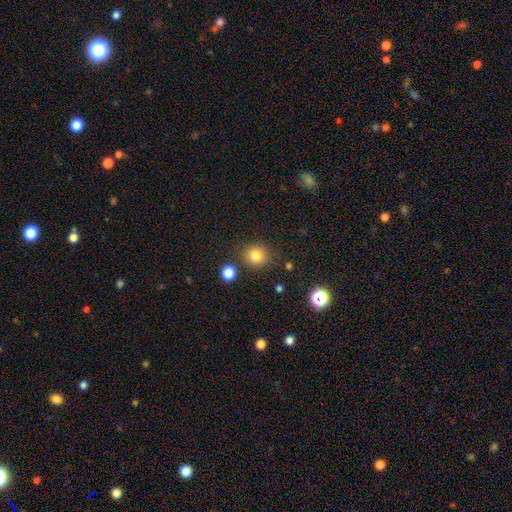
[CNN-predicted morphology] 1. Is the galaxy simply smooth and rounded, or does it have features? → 83% smooth, 12% star or artifact, 6% featured or disk.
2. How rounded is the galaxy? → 86% round, 13% in between, 1% cigar-shaped.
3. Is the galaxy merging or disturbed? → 83% none, 9% minor disturbance, 5% merger, 3% major disturbance.